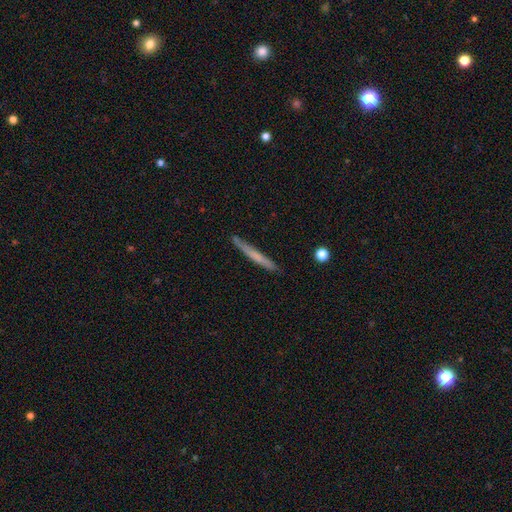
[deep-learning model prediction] Smooth or featured: smooth — 56% (featured or disk — 38%)
How rounded: cigar-shaped — 97% (in between — 2%)
Merging: none — 87% (minor disturbance — 10%)